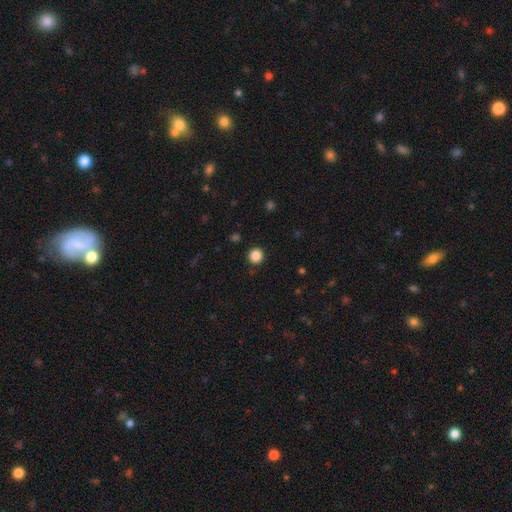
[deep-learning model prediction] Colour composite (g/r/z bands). It shows a smooth galaxy with no disk features (86%) that is round (95%). Merging: none (92%).